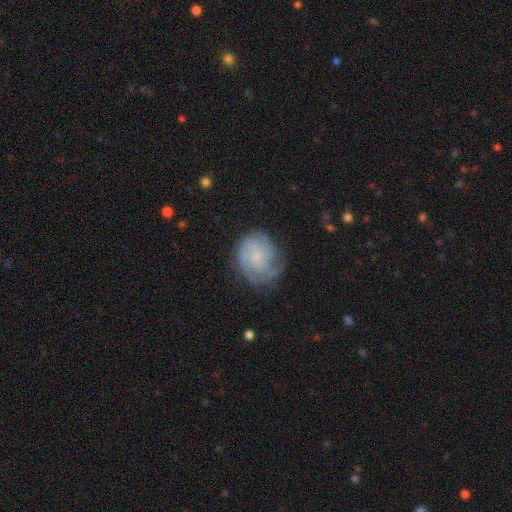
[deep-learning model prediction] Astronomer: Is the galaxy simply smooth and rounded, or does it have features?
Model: featured or disk — 73%.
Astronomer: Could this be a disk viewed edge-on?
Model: no — 98%.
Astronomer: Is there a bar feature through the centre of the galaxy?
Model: no — 69%.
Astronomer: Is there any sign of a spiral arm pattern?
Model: yes — 94%.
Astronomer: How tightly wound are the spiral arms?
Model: tight — 62%.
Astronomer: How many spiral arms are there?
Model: can't tell — 29%, tied with 3 at 29%.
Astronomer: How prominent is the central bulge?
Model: small — 53%.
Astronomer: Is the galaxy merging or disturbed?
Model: none — 71%.